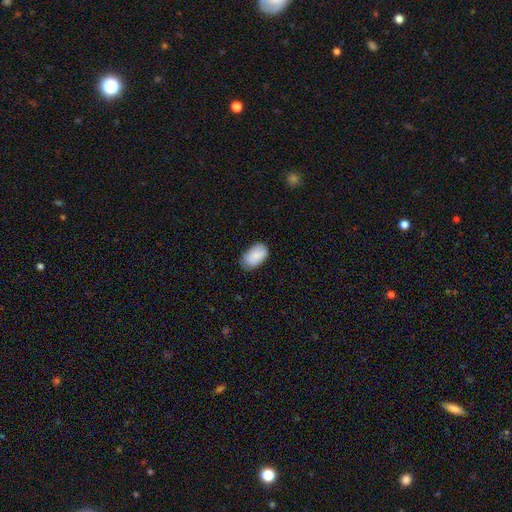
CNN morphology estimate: This appears to be a smooth galaxy with no disk features (84%) that is in between round and cigar-shaped (93%). Merging: none (70%).